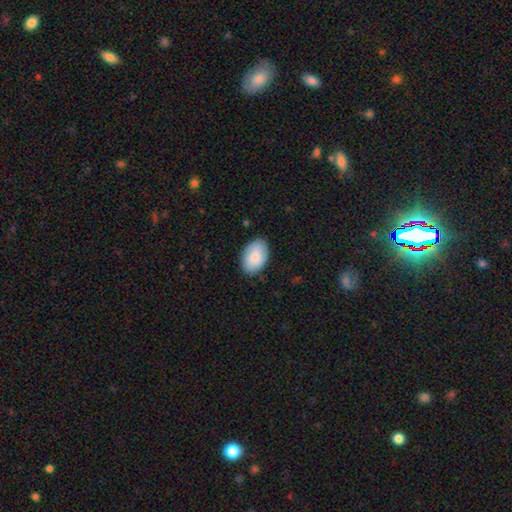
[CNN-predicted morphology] This appears to be a smooth galaxy with no disk features (83%) that is in between round and cigar-shaped (91%). Merging: none (85%).